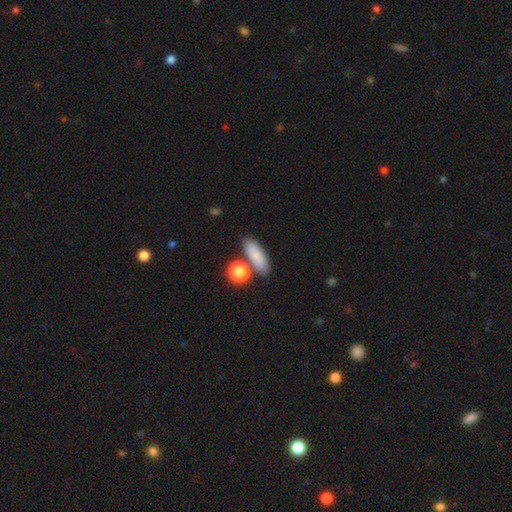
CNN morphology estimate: This is clearly a smooth galaxy (82%). How rounded: likely in between (65%). Merging: likely none (69%).